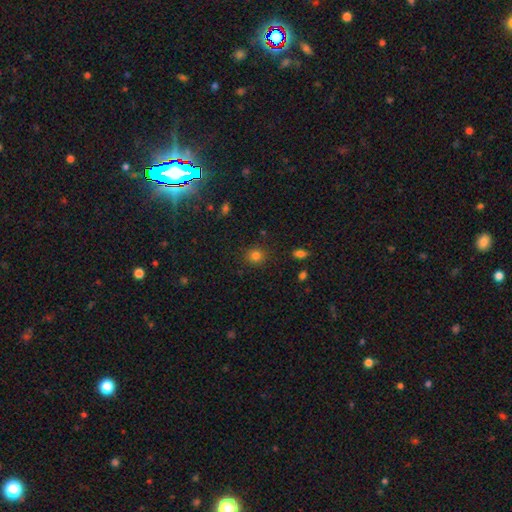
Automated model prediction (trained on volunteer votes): The model was most divided on "smooth or featured": smooth: 81%, star or artifact: 14%, featured or disk: 5%. More confident: merging — none (88%); how rounded — round (87%).